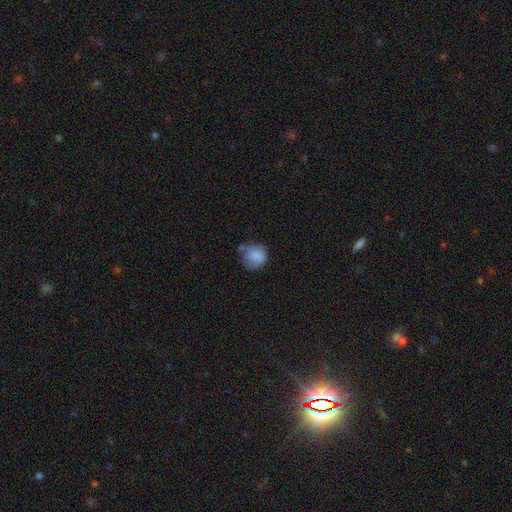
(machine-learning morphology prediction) Smooth or featured: smooth — 80% (featured or disk — 12%)
How rounded: round — 82% (in between — 17%)
Merging: none — 52% (minor disturbance — 29%)